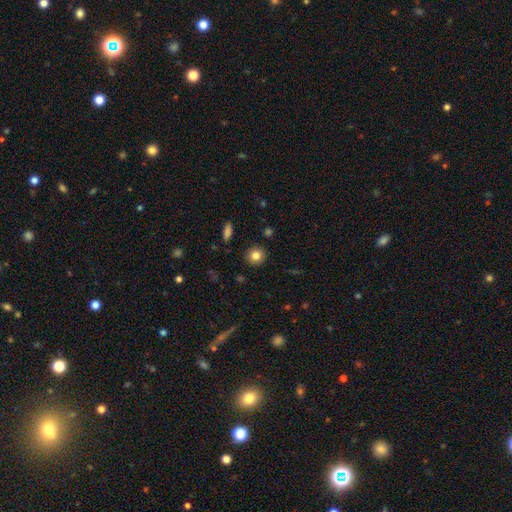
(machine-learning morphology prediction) type=smooth (82%); roundness=round (88%); merging=none (90%).